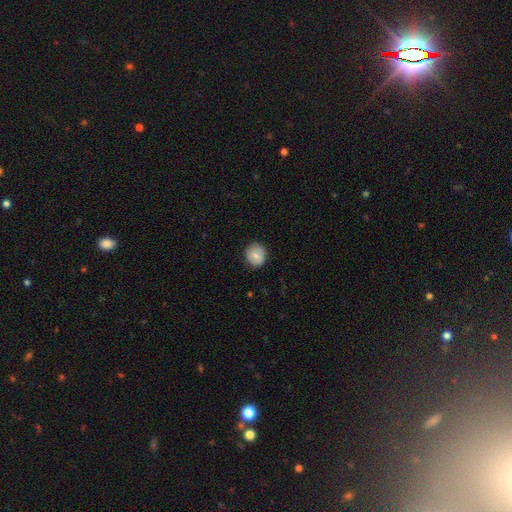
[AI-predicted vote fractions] Q: Smooth or featured?
A: smooth (70%); runner-up: featured or disk (23%)
Q: How rounded?
A: round (83%); runner-up: in between (16%)
Q: Merging?
A: none (86%); runner-up: minor disturbance (11%)